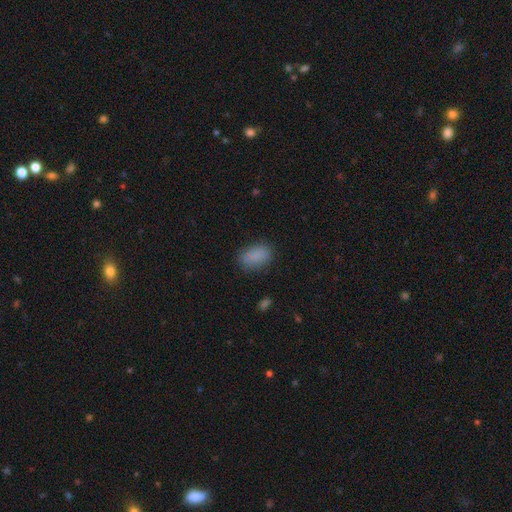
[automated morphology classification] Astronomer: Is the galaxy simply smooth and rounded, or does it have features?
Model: smooth — 86%.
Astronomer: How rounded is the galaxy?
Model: in between — 88%.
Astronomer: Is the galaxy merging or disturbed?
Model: none — 78%.